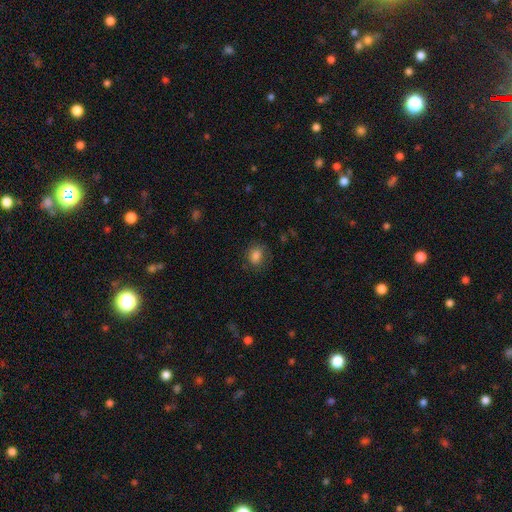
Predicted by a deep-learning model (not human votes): This appears to be a smooth galaxy with no disk features (84%) that is in between round and cigar-shaped (55%). Merging: none (75%).